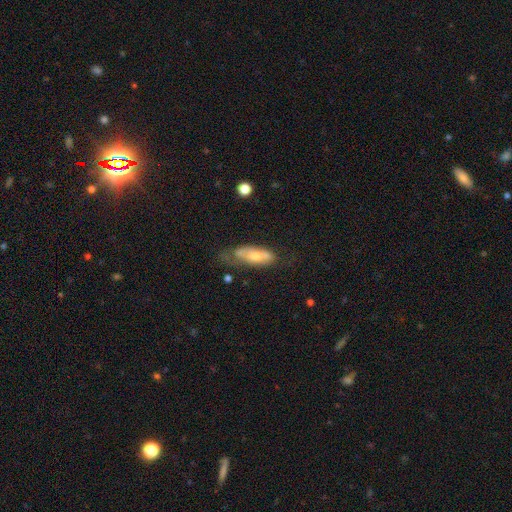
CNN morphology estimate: type=smooth (47%); merging=none (39%).